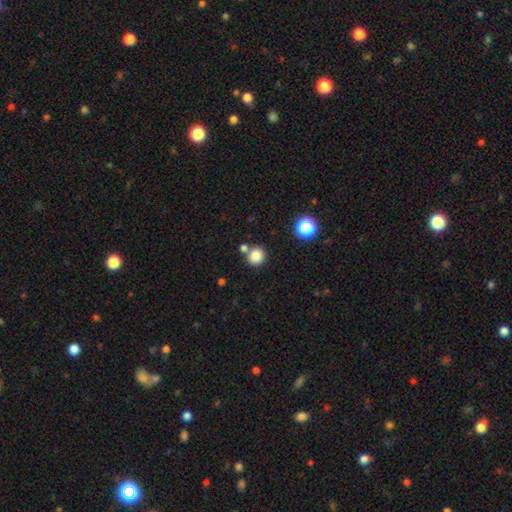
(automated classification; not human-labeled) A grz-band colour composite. It shows a smooth galaxy with no disk features (83%) that is round (89%). Merging: none (73%).